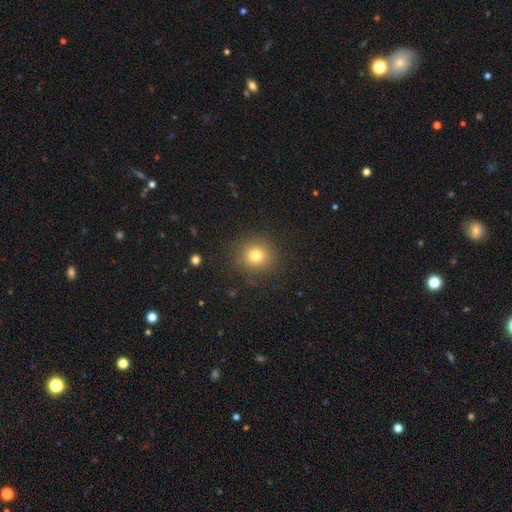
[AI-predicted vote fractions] Smooth or featured? smooth (76%)
How rounded? round (90%)
Merging? none (87%)